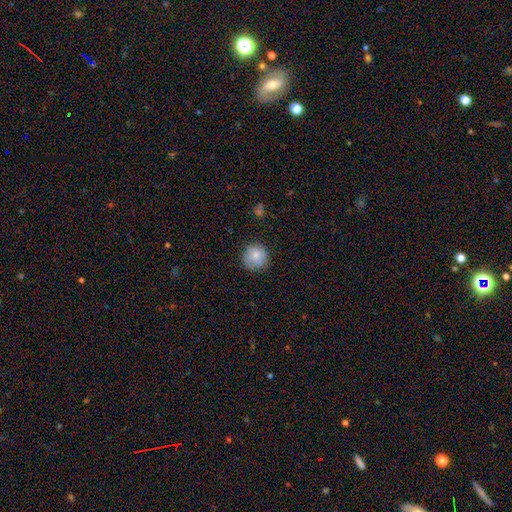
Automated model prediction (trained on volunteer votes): The model was most divided on "merging": none: 82%, minor disturbance: 14%, major disturbance: 3%, merger: 1%. More confident: how rounded — round (92%); smooth or featured — smooth (83%).